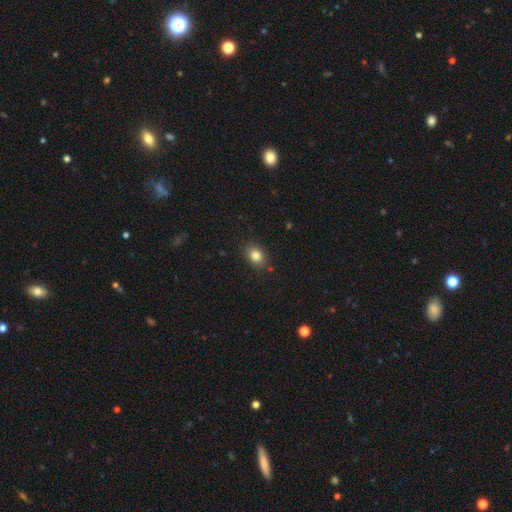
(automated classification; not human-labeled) This is clearly a smooth galaxy (83%). How rounded: likely in between (68%). Merging: clearly none (83%).